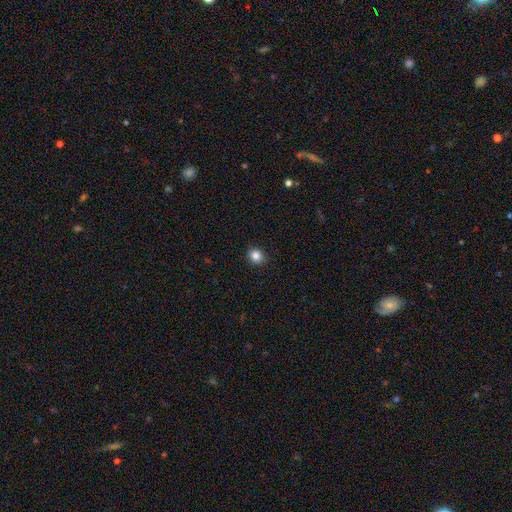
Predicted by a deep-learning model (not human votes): Smooth or featured?
  - smooth: 85% *
  - star or artifact: 11%
  - featured or disk: 4%
How rounded?
  - round: 86% *
  - in between: 13%
  - cigar-shaped: 1%
Merging?
  - none: 91% *
  - minor disturbance: 6%
  - major disturbance: 2%
  - merger: 1%